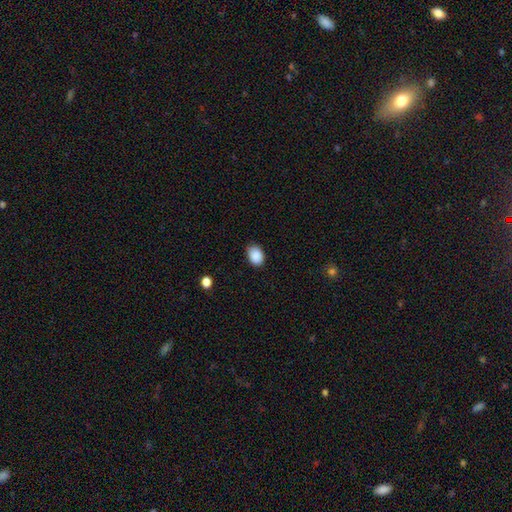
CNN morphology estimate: type=smooth (89%); roundness=in between (73%); merging=none (79%).